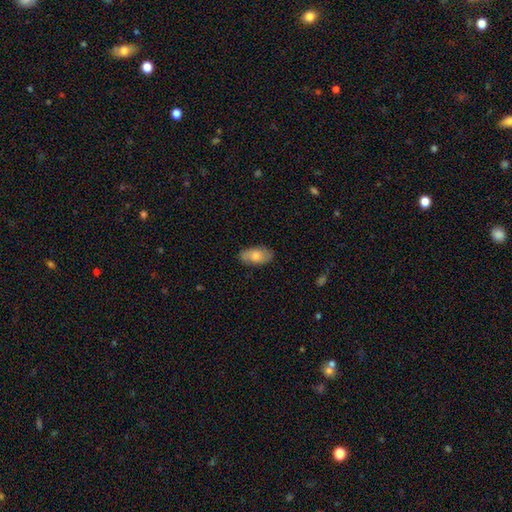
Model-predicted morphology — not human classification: type=smooth (71%); roundness=in between (93%); merging=none (82%).